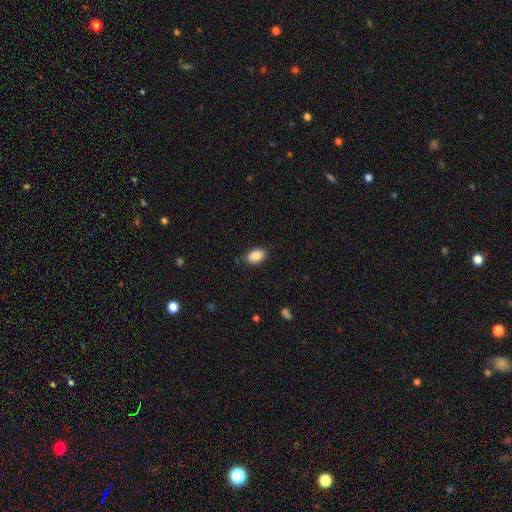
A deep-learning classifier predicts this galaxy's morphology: smooth 89%, star or artifact 7%, featured or disk 4%. Down the decision tree: how rounded — in between (88%); merging — none (85%).